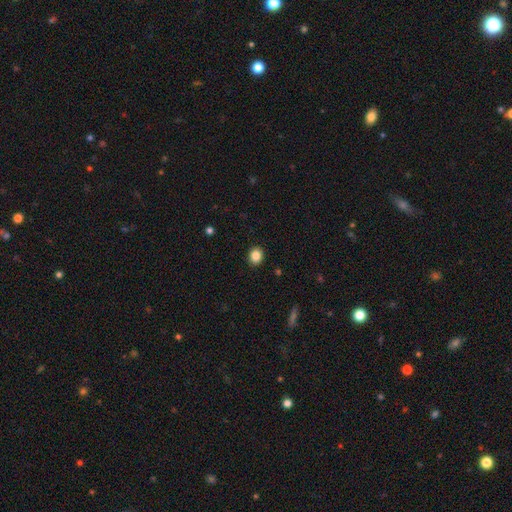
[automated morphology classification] smooth_or_featured: smooth (p=0.86) [alt: star or artifact p=0.10]
how_rounded: round (p=0.69) [alt: in between p=0.30]
merging: none (p=0.91) [alt: minor disturbance p=0.06]